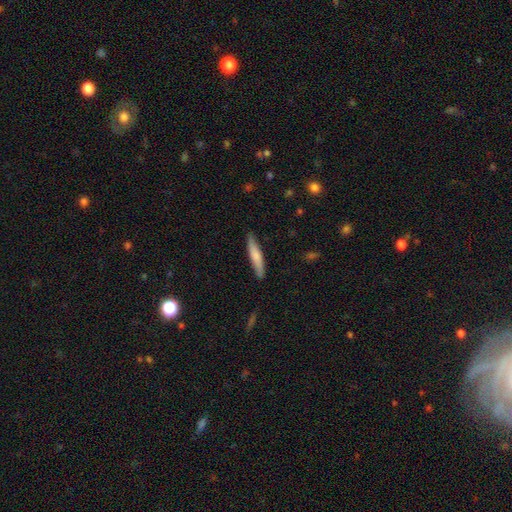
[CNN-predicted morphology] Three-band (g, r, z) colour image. It shows a smooth galaxy with no disk features (72%) that is cigar-shaped (85%). Merging: none (84%).